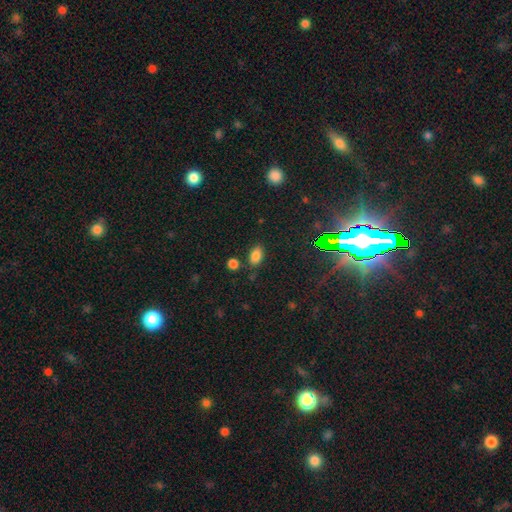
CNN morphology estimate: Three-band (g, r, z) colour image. It shows a smooth galaxy with no disk features (80%) that is in between round and cigar-shaped (88%). Merging: none (78%).